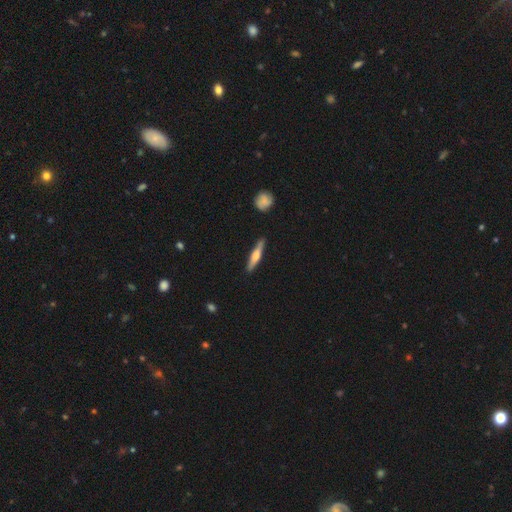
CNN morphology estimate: Smooth or featured: featured or disk — 57% (smooth — 38%)
Edge-on disk: yes — 96% (no — 4%)
Edge-on bulge: rounded — 87% (boxy — 7%)
Merging: none — 89% (minor disturbance — 8%)